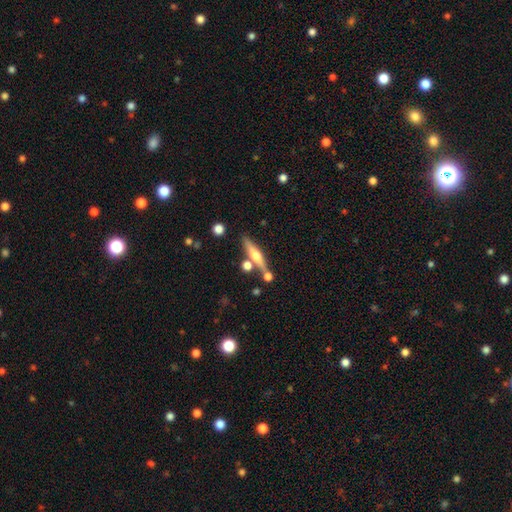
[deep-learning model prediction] smooth-or-featured: featured or disk: 62% | smooth: 31% | star or artifact: 7%
  disk-edge-on: yes: 95% | no: 5%
    edge-on-bulge: rounded: 92% | none: 4% | boxy: 4%
  merging: none: 72% | merger: 14% | minor disturbance: 10% | major disturbance: 3%